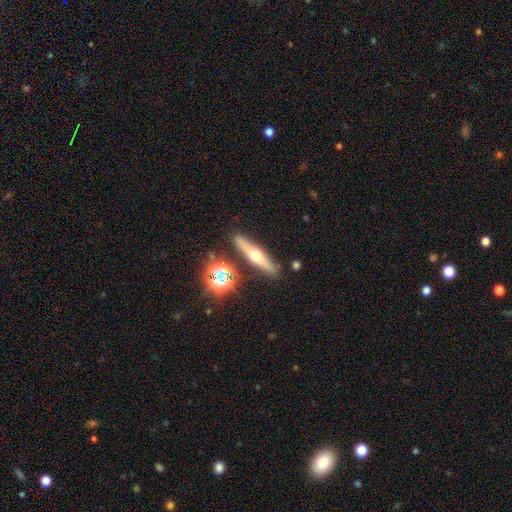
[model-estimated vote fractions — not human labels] smooth-or-featured: featured or disk: 56% | smooth: 34% | star or artifact: 10%
  disk-edge-on: yes: 91% | no: 9%
    edge-on-bulge: rounded: 93% | none: 4% | boxy: 3%
  merging: none: 87% | minor disturbance: 8% | merger: 3% | major disturbance: 2%